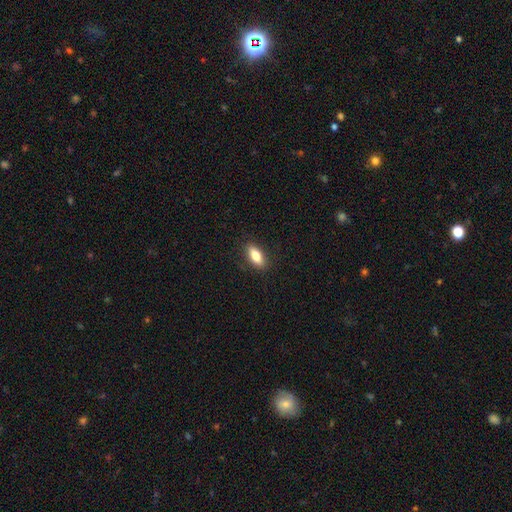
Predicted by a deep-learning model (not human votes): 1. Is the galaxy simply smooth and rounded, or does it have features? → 78% smooth, 15% featured or disk, 7% star or artifact.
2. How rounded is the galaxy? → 79% in between, 17% cigar-shaped, 4% round.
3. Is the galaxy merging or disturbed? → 88% none, 9% minor disturbance, 2% major disturbance, 1% merger.